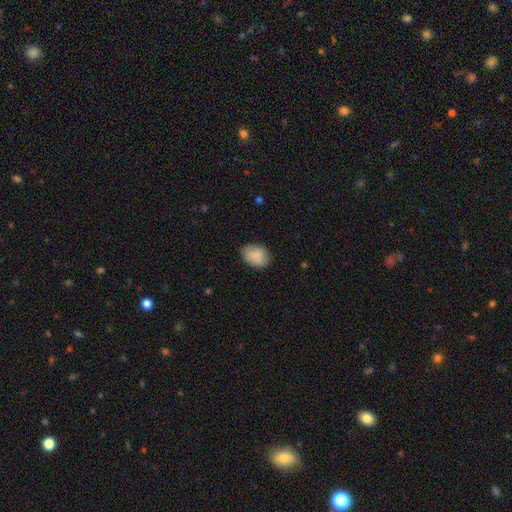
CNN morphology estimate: Smooth or featured?
  - smooth: 86% *
  - star or artifact: 7%
  - featured or disk: 7%
How rounded?
  - in between: 68% *
  - round: 30%
  - cigar-shaped: 1%
Merging?
  - none: 76% *
  - minor disturbance: 19%
  - major disturbance: 4%
  - merger: 1%